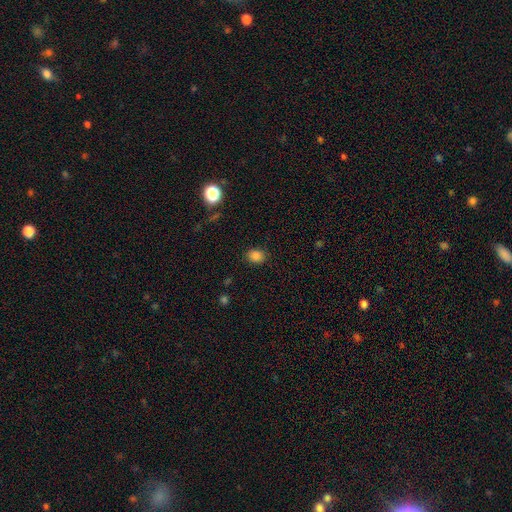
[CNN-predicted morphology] Smooth or featured? smooth (84%)
How rounded? in between (51%)
Merging? none (86%)